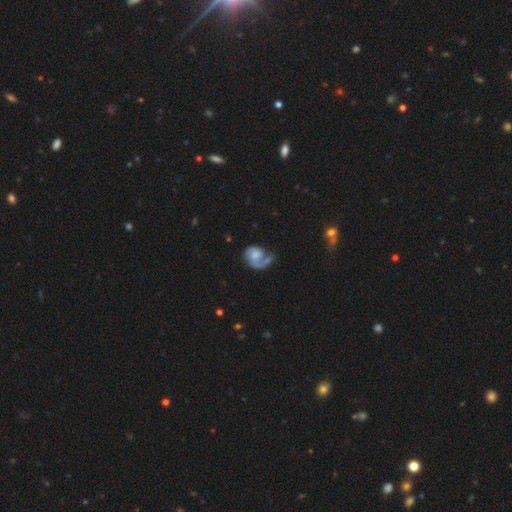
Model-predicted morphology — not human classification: Smooth or featured? Predicted: featured or disk (p=0.75). Edge-on disk? Predicted: no (p=0.98). Bar? Predicted: no (p=0.64). Spiral arms? Predicted: yes (p=0.93). Spiral winding? Predicted: medium (p=0.42). Spiral arm count? Predicted: 1 (p=0.56). Bulge size? Predicted: moderate (p=0.31). Merging? Predicted: none (p=0.45).